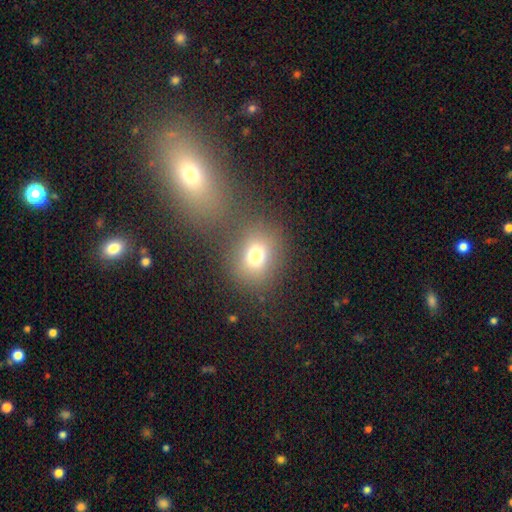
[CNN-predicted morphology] Q: Smooth or featured?
A: smooth (73%); runner-up: star or artifact (16%)
Q: How rounded?
A: round (66%); runner-up: in between (33%)
Q: Merging?
A: none (67%); runner-up: merger (16%)